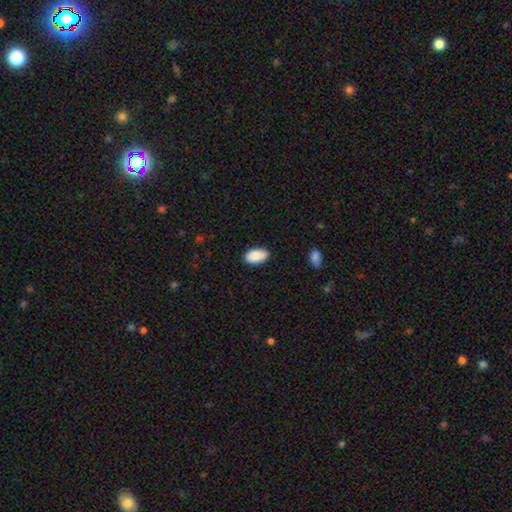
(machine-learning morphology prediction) smooth_or_featured: smooth (p=0.88) [alt: star or artifact p=0.07]
how_rounded: in between (p=0.95) [alt: round p=0.03]
merging: none (p=0.83) [alt: minor disturbance p=0.14]